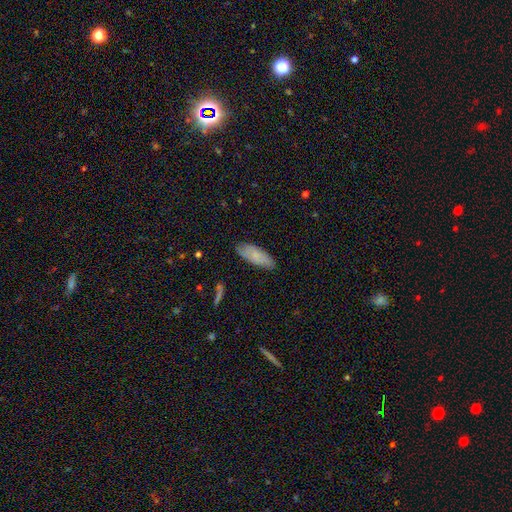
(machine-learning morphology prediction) smooth_or_featured: smooth (p=0.71) [alt: featured or disk p=0.22]
how_rounded: in between (p=0.75) [alt: cigar-shaped p=0.23]
merging: none (p=0.79) [alt: minor disturbance p=0.17]